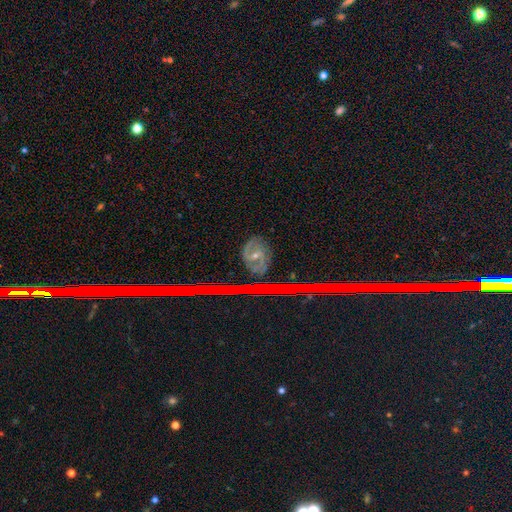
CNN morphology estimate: The model was most divided on "spiral winding": medium: 43%, tight: 40%, loose: 16%. Remaining: edge-on disk — no (94%); spiral arms — yes (94%); smooth or featured — featured or disk (77%); merging — none (77%); spiral arm count — 2 (73%); bulge size — small (57%); bar — weak (44%).